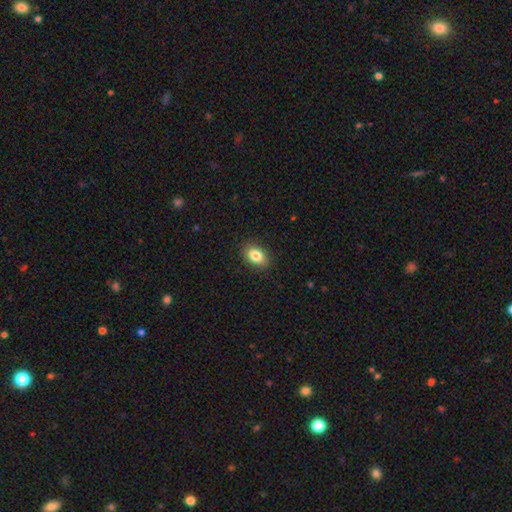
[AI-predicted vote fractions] smooth-or-featured: smooth: 84% | star or artifact: 9% | featured or disk: 8%
  how-rounded: in between: 85% | round: 14% | cigar-shaped: 2%
  merging: none: 88% | minor disturbance: 8% | major disturbance: 2% | merger: 1%